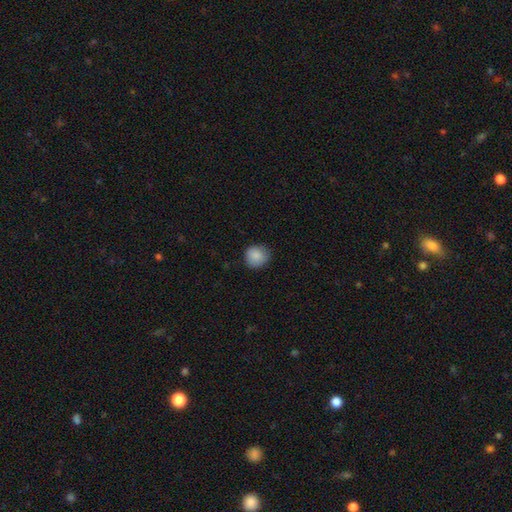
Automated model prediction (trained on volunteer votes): Smooth or featured? Predicted: smooth (p=0.87). How rounded? Predicted: round (p=0.87). Merging? Predicted: none (p=0.82).